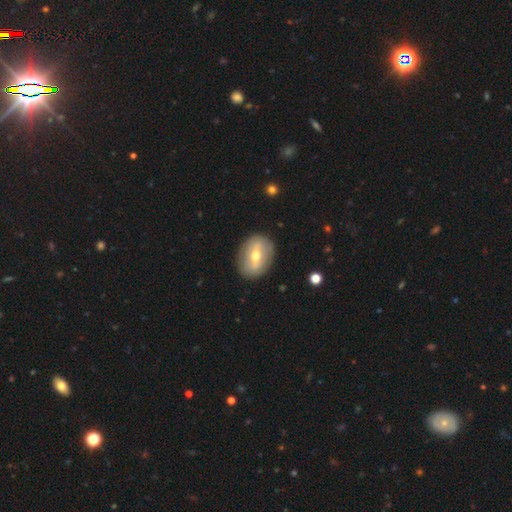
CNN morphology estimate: Q: Smooth or featured?
A: featured or disk (52%); runner-up: smooth (41%)
Q: Edge-on disk?
A: no (89%); runner-up: yes (11%)
Q: Merging?
A: none (85%); runner-up: minor disturbance (11%)